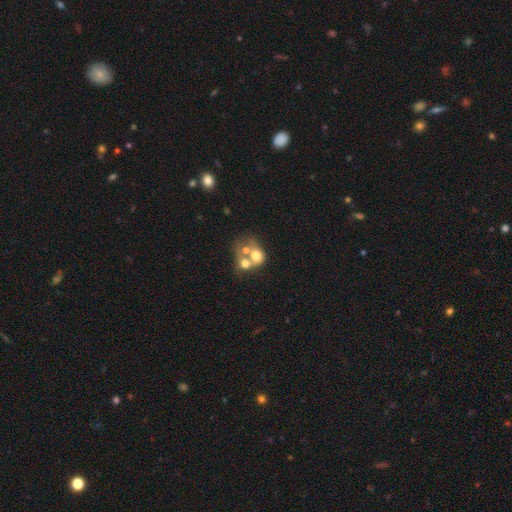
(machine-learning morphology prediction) A smooth galaxy with no disk features (56%) that is round (56%).

Vote fractions:
- Smooth or featured? smooth: 56% / featured or disk: 32% / star or artifact: 12%
- How rounded? round: 56% / in between: 43% / cigar-shaped: 1%
- Merging? merger: 70% / none: 16% / major disturbance: 8% / minor disturbance: 6%